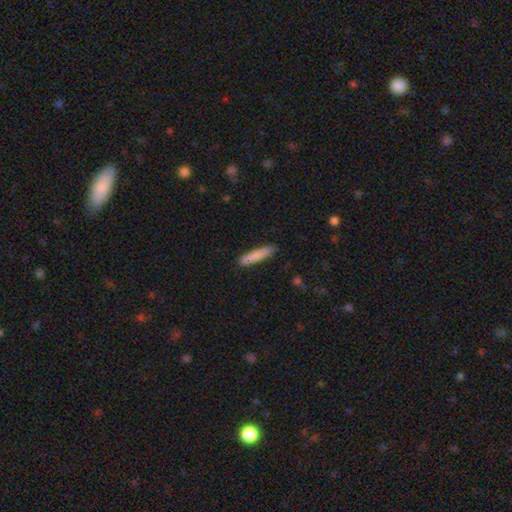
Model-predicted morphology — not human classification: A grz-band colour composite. It shows a smooth galaxy with no disk features (82%) that is cigar-shaped (90%). Merging: none (86%).